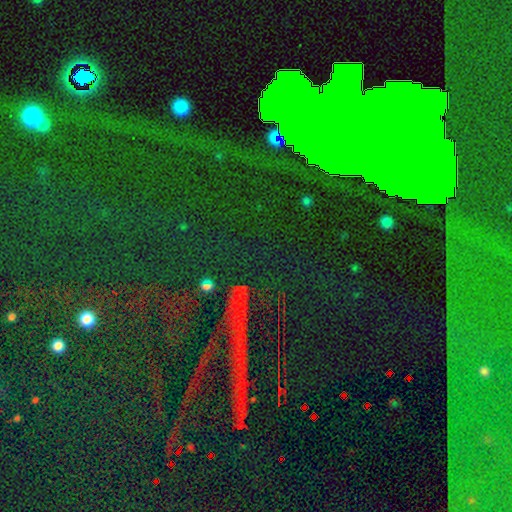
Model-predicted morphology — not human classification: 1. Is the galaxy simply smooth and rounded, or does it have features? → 84% star or artifact, 9% featured or disk, 8% smooth.